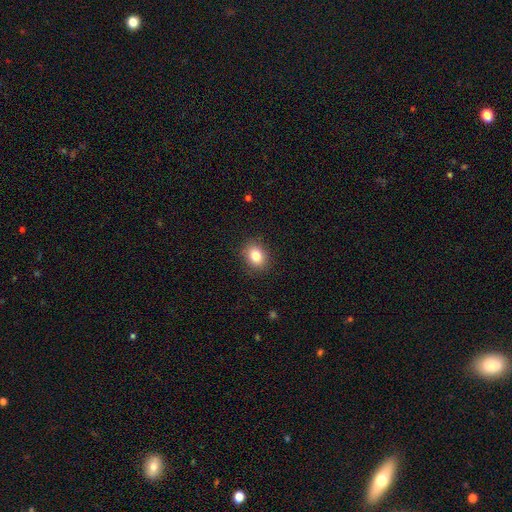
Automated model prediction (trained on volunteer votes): A smooth galaxy with no disk features (83%) that is round (51%).

Vote fractions:
- Smooth or featured? smooth: 83% / star or artifact: 10% / featured or disk: 7%
- How rounded? round: 51% / in between: 48% / cigar-shaped: 1%
- Merging? none: 88% / minor disturbance: 8% / major disturbance: 2% / merger: 1%